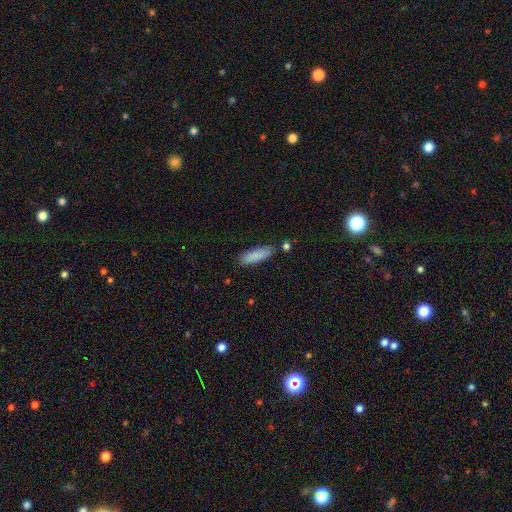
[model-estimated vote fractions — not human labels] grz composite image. It shows a smooth galaxy with no disk features (86%) that is cigar-shaped (54%). Merging: none (81%).